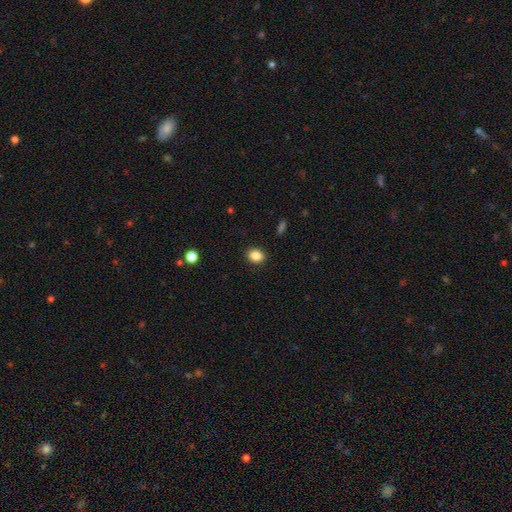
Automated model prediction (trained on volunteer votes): smooth 86%, star or artifact 10%, featured or disk 5%. Down the decision tree: how rounded — round (51%); merging — none (90%).